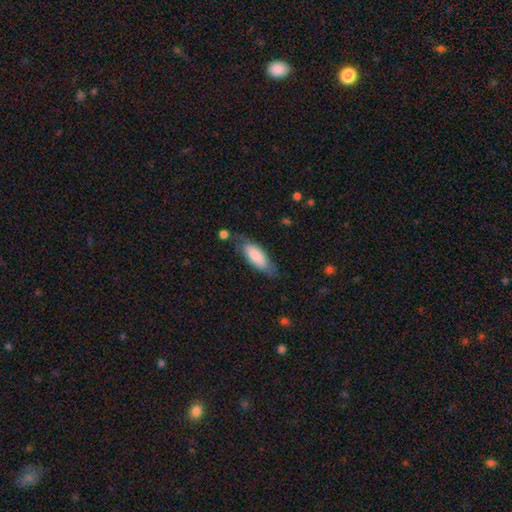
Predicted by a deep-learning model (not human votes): A smooth galaxy with no disk features (78%) that is in between round and cigar-shaped (72%).

Vote fractions:
- Smooth or featured? smooth: 78% / featured or disk: 16% / star or artifact: 6%
- How rounded? in between: 72% / cigar-shaped: 26% / round: 2%
- Merging? none: 62% / minor disturbance: 27% / major disturbance: 8% / merger: 4%